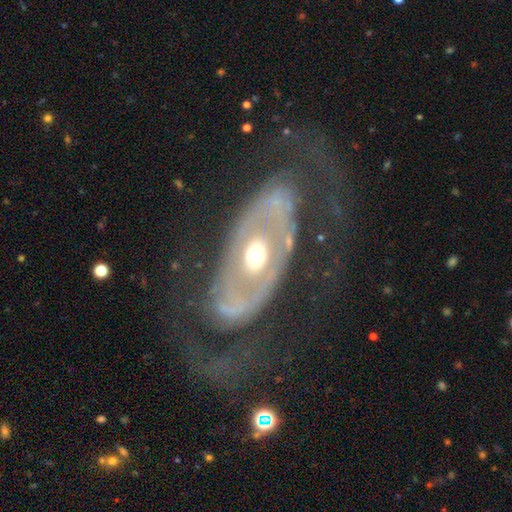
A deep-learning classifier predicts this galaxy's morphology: featured or disk 79%, smooth 14%, star or artifact 7%. Down the decision tree: edge-on disk — no (91%); bar — no (73%); spiral arms — yes (62%); bulge size — moderate (71%); merging — none (57%).